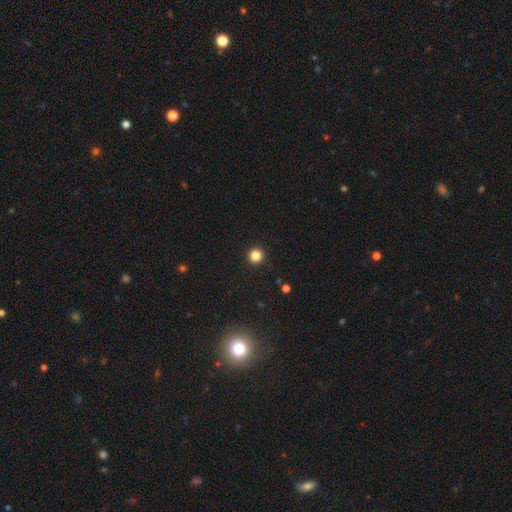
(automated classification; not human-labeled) Smooth or featured? smooth (84%)
How rounded? round (96%)
Merging? none (93%)